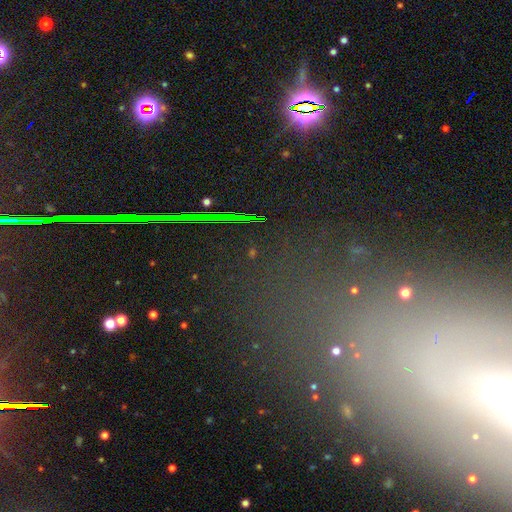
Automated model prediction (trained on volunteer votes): A star or artifact, not a galaxy (65%).

Vote fractions:
- Smooth or featured? star or artifact: 65% / smooth: 18% / featured or disk: 17%